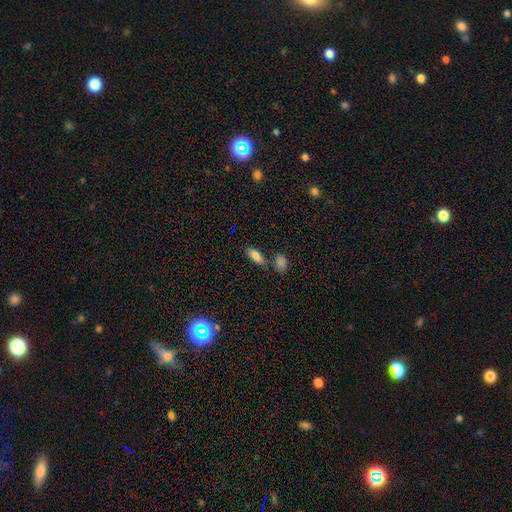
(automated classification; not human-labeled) Overall: smooth (79%). How rounded: in between (72%). Merging: none (72%).